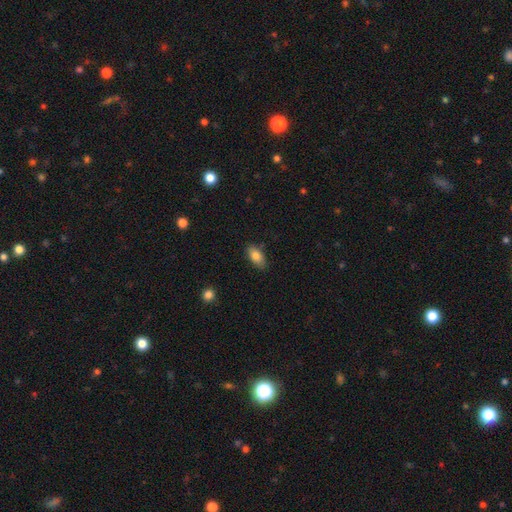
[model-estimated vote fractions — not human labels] The model was most divided on "merging": none: 82%, minor disturbance: 14%, major disturbance: 3%, merger: 1%. More confident: how rounded — in between (89%); smooth or featured — smooth (82%).